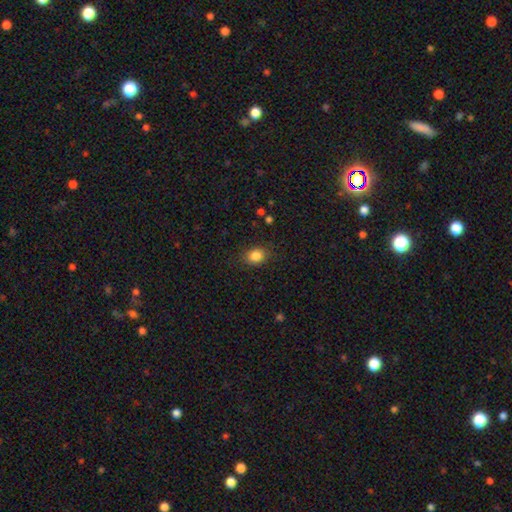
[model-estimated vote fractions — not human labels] A smooth galaxy with no disk features (84%) that is round (54%).

Vote fractions:
- Smooth or featured? smooth: 84% / star or artifact: 11% / featured or disk: 5%
- How rounded? round: 54% / in between: 45% / cigar-shaped: 1%
- Merging? none: 85% / minor disturbance: 10% / major disturbance: 3% / merger: 1%